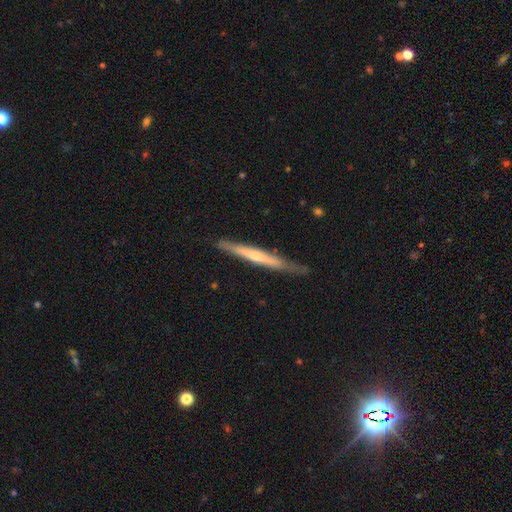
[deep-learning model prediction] This is possibly a featured or disk galaxy (57%). It is clearly viewed edge-on (94%). Edge-on bulge: possibly none (51%). Merging: likely none (79%).